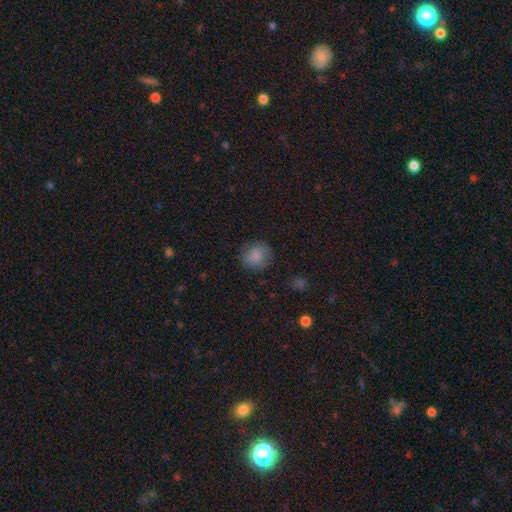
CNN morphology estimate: A smooth galaxy with no disk features (85%) that is round (82%).

Vote fractions:
- Smooth or featured? smooth: 85% / star or artifact: 8% / featured or disk: 7%
- How rounded? round: 82% / in between: 17% / cigar-shaped: 1%
- Merging? none: 82% / minor disturbance: 13% / major disturbance: 4% / merger: 1%